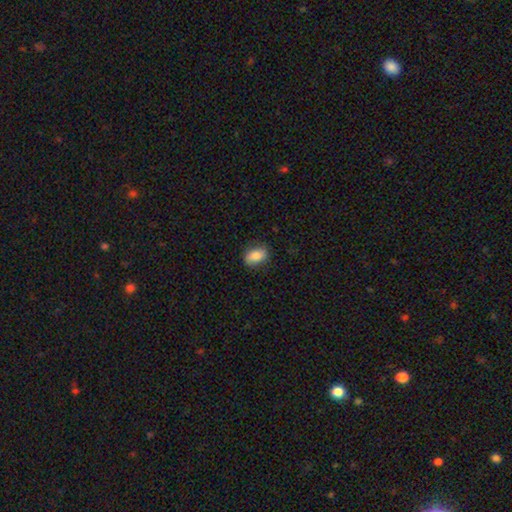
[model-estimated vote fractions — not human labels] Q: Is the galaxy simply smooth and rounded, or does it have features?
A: smooth — 82%.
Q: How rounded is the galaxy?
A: in between — 87%.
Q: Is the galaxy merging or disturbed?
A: none — 83%.